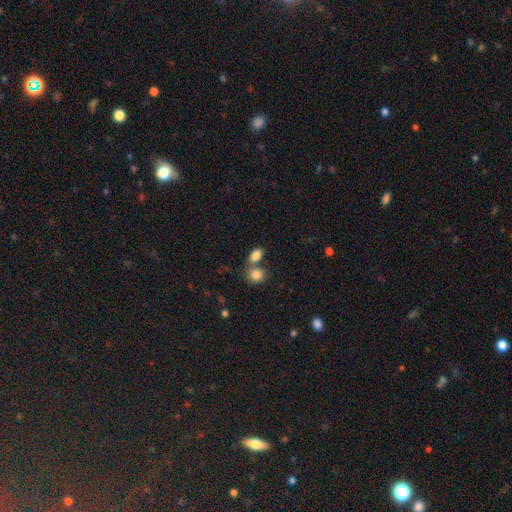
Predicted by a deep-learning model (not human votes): Smooth or featured: smooth — 84% (star or artifact — 9%)
How rounded: in between — 83% (round — 15%)
Merging: none — 45% (merger — 42%)